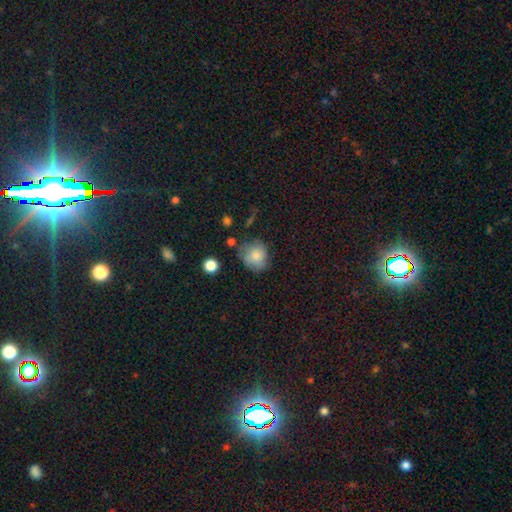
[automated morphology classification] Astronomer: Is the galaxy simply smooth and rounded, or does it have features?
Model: smooth — 79%.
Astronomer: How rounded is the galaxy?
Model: round — 73%.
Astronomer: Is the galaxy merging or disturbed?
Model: none — 60%.